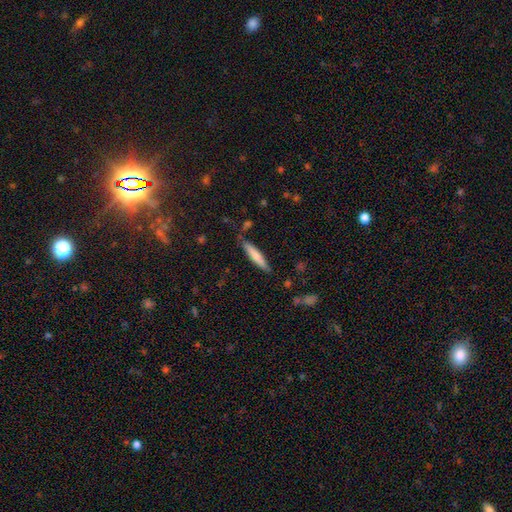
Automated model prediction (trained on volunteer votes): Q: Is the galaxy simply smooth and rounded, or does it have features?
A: smooth — 72%.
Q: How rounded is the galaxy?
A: cigar-shaped — 89%.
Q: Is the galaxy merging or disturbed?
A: none — 82%.